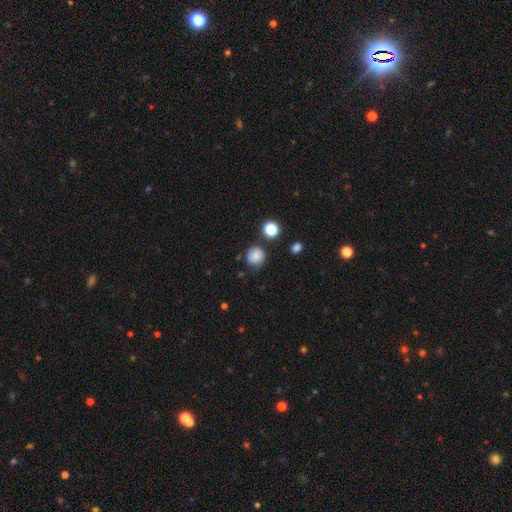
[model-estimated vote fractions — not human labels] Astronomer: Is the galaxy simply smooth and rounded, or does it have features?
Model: smooth — 82%.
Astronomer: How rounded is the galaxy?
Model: round — 91%.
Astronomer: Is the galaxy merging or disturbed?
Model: none — 79%.